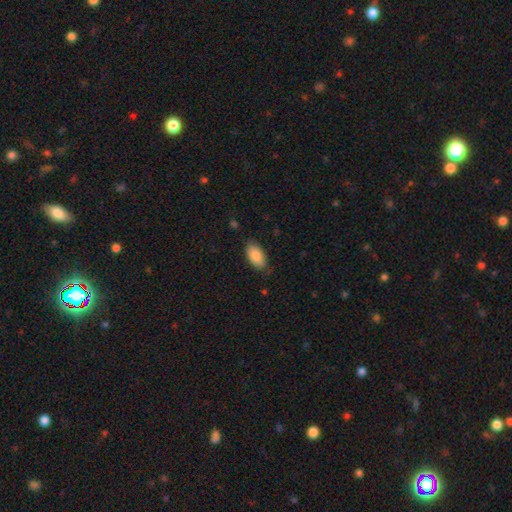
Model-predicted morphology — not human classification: This is clearly a smooth galaxy (88%). How rounded: clearly in between (94%). Merging: likely none (79%).